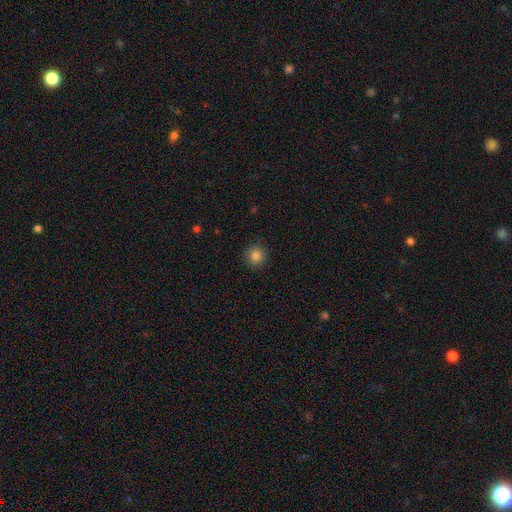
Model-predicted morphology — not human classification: Smooth or featured? smooth (84%)
How rounded? round (94%)
Merging? none (91%)